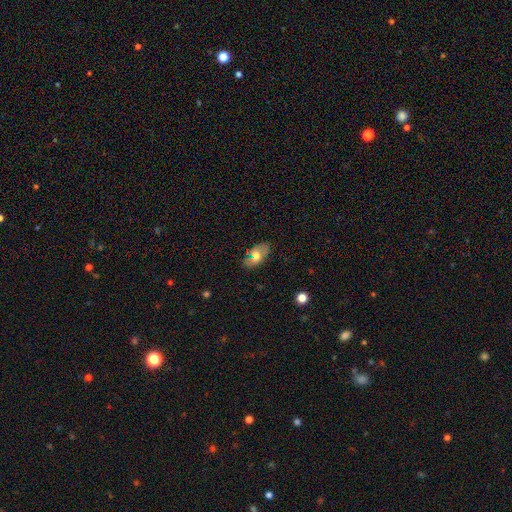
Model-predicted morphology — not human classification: This appears to be a smooth galaxy with no disk features (60%) that is in between round and cigar-shaped (91%). Merging: none (82%).